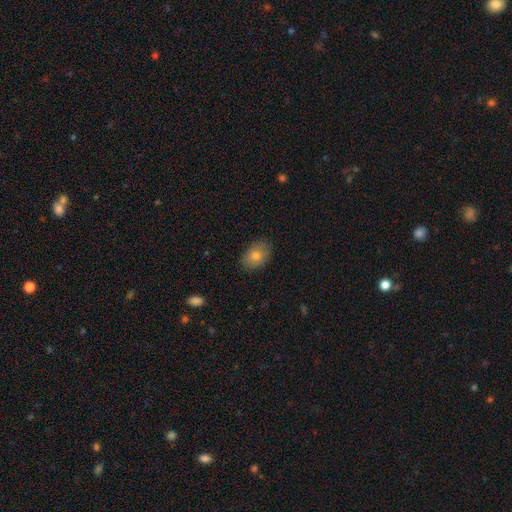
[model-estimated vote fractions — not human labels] Smooth or featured?
  - smooth: 77% *
  - featured or disk: 13%
  - star or artifact: 9%
How rounded?
  - in between: 79% *
  - round: 20%
  - cigar-shaped: 1%
Merging?
  - none: 86% *
  - minor disturbance: 11%
  - major disturbance: 2%
  - merger: 1%